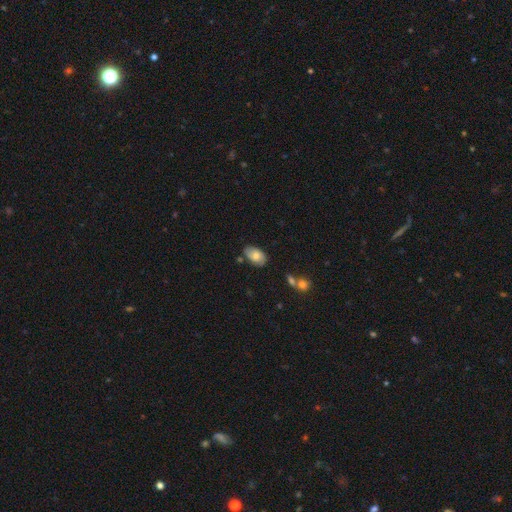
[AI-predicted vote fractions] Smooth or featured? Predicted: smooth (p=0.73). How rounded? Predicted: in between (p=0.93). Merging? Predicted: none (p=0.73).